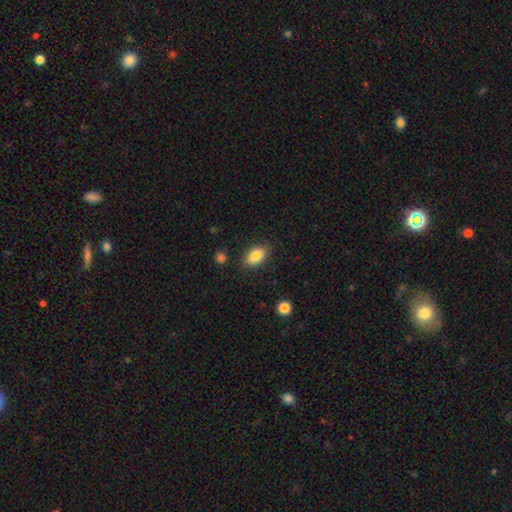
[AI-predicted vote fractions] Smooth or featured: smooth — 85% (star or artifact — 8%)
How rounded: in between — 87% (round — 12%)
Merging: none — 85% (minor disturbance — 10%)